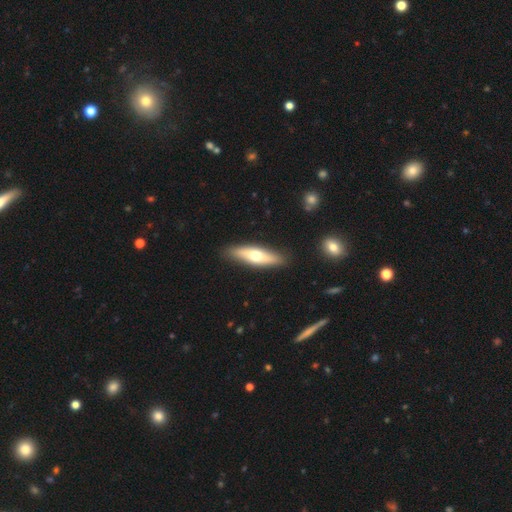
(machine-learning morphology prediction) This is possibly a smooth galaxy (54%). How rounded: likely cigar-shaped (62%). Merging: clearly none (87%).